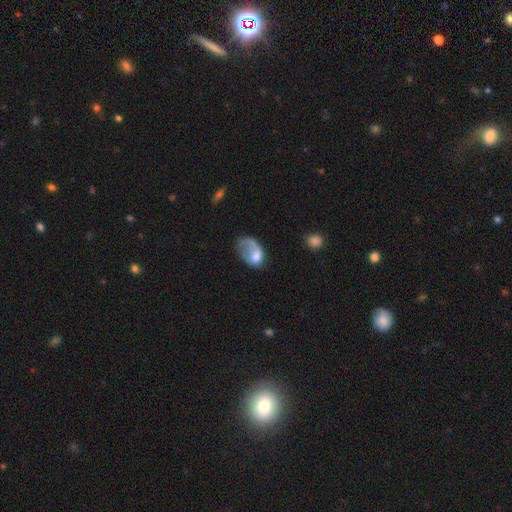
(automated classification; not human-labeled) The model was most divided on "smooth or featured": smooth: 58%, featured or disk: 34%, star or artifact: 8%. More confident: how rounded — in between (83%); merging — major disturbance (51%).